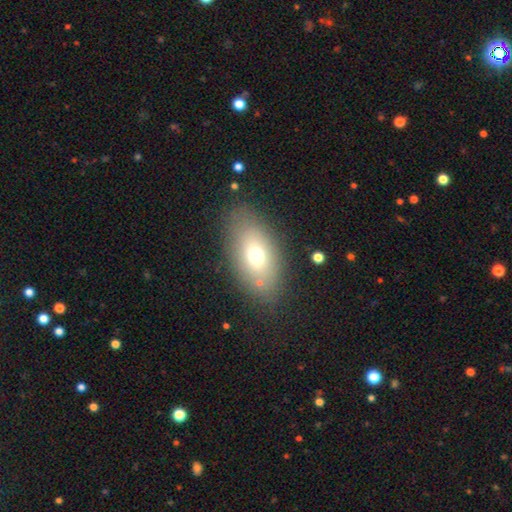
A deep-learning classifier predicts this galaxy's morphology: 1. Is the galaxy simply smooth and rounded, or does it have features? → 69% smooth, 20% featured or disk, 11% star or artifact.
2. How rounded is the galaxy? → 89% in between, 8% round, 3% cigar-shaped.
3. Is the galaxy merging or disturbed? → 80% none, 12% minor disturbance, 5% major disturbance, 3% merger.